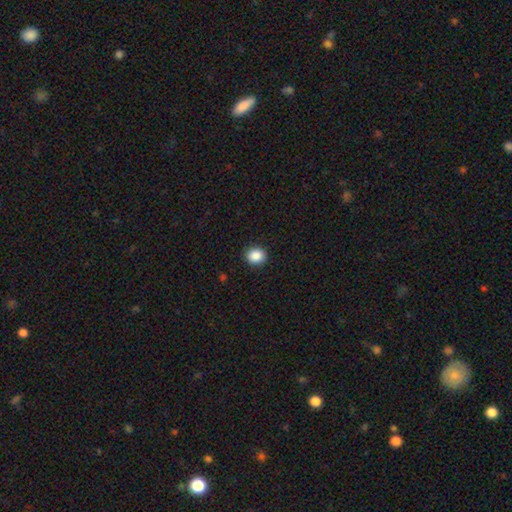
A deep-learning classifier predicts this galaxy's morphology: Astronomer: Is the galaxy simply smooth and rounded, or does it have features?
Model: smooth — 88%.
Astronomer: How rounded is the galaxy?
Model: round — 77%.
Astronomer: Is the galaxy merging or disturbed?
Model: none — 91%.